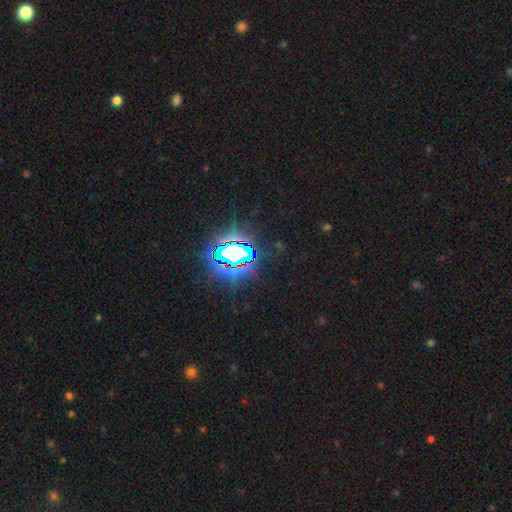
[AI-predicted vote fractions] The model was most divided on "smooth or featured": star or artifact: 81%, smooth: 11%, featured or disk: 8%.